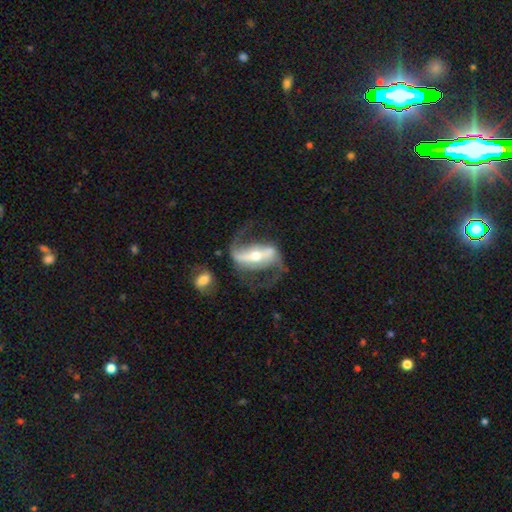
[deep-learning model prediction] Smooth or featured: featured or disk — 88% (smooth — 7%)
Edge-on disk: no — 91% (yes — 9%)
Bar: strong — 73% (weak — 17%)
Spiral arms: yes — 94% (no — 6%)
Spiral winding: loose — 58% (medium — 34%)
Spiral arm count: 2 — 91% (1 — 4%)
Bulge size: moderate — 54% (small — 39%)
Merging: none — 63% (major disturbance — 16%)